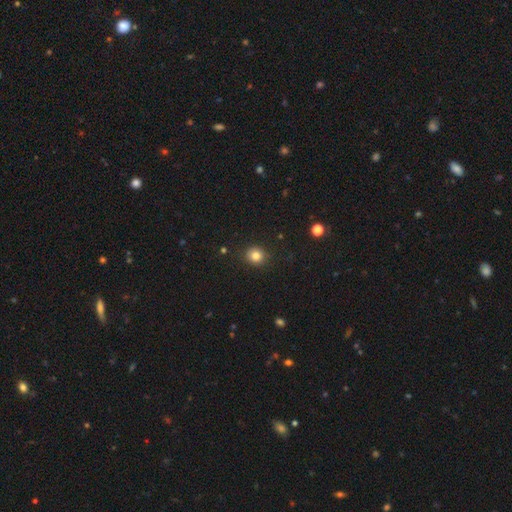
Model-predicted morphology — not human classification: type=smooth (82%); roundness=round (84%); merging=none (89%).